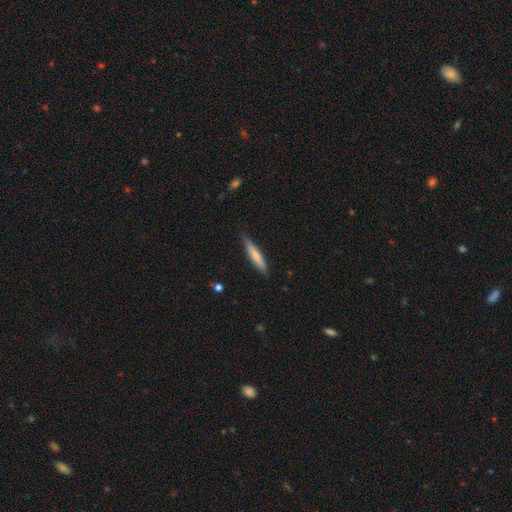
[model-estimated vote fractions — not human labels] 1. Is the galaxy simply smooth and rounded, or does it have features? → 72% smooth, 23% featured or disk, 5% star or artifact.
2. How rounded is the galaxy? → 86% cigar-shaped, 13% in between, 1% round.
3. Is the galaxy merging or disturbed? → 81% none, 15% minor disturbance, 2% major disturbance, 1% merger.